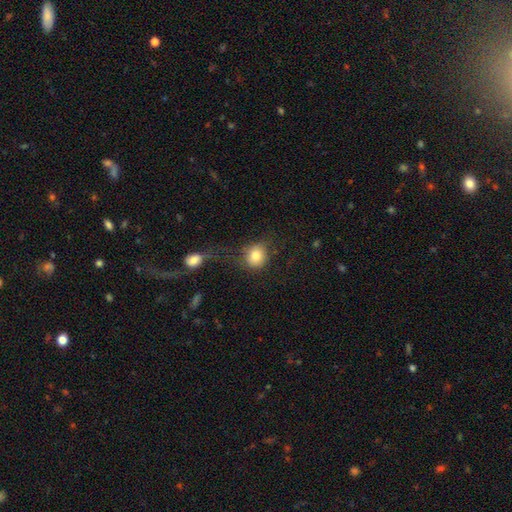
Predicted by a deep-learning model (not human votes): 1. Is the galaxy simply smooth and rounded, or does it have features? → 81% smooth, 10% star or artifact, 9% featured or disk.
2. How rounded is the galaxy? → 82% round, 17% in between, 1% cigar-shaped.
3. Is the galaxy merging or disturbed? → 64% none, 15% minor disturbance, 11% major disturbance, 10% merger.